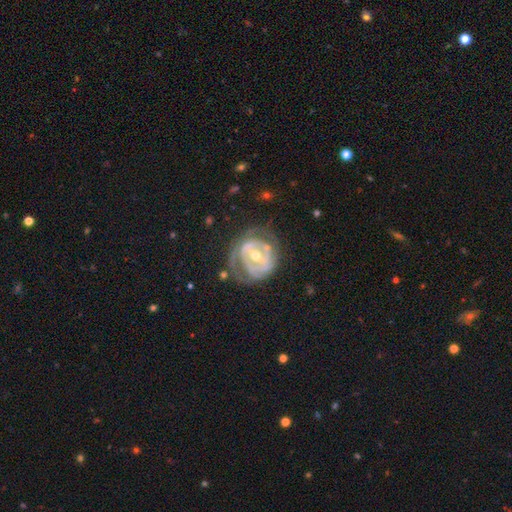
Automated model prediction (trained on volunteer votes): smooth-or-featured: featured or disk: 82% | smooth: 13% | star or artifact: 6%
  disk-edge-on: no: 97% | yes: 3%
    bar: no: 40% | weak: 37% | strong: 23%
    has-spiral-arms: yes: 72% | no: 28%
      spiral-winding: tight: 61% | medium: 27% | loose: 12%
      spiral-arm-count: 2: 38% | can't tell: 36% | 3: 11% | 1: 9% | 4: 3% | more than 4: 3%
    bulge-size: moderate: 63% | small: 32% | large: 3% | none: 1% | dominant: 1%
  merging: none: 57% | minor disturbance: 23% | major disturbance: 18% | merger: 2%